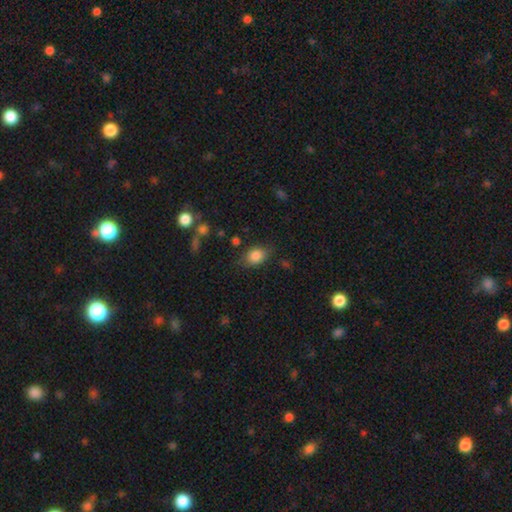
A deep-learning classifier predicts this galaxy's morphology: A smooth galaxy with no disk features (84%) that is in between round and cigar-shaped (68%). Merging: none (74%).